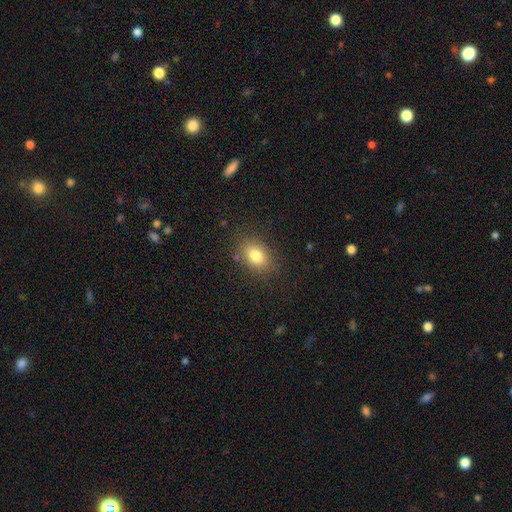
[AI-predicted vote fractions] This is clearly a smooth galaxy (81%). How rounded: likely in between (74%). Merging: clearly none (83%).